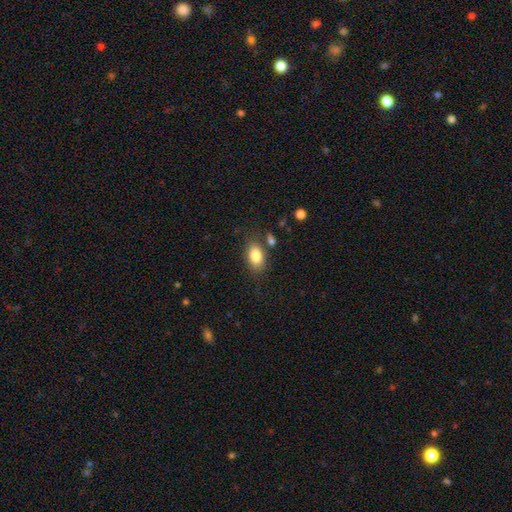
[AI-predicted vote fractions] Smooth or featured: smooth — 84% (featured or disk — 9%)
How rounded: in between — 87% (round — 10%)
Merging: none — 76% (minor disturbance — 14%)